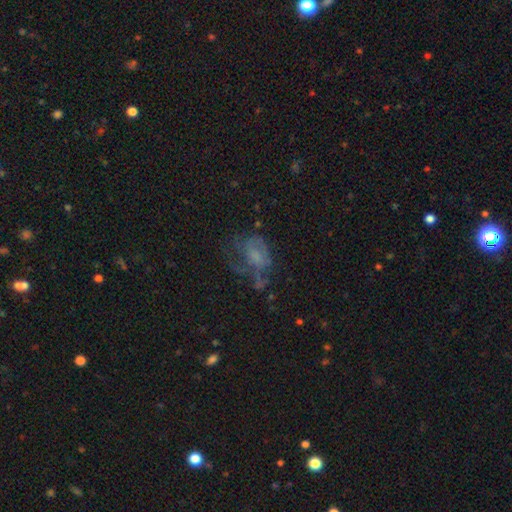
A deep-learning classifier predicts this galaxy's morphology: Smooth or featured?
  - featured or disk: 51% *
  - smooth: 33%
  - star or artifact: 16%
Edge-on disk?
  - no: 97% *
  - yes: 3%
Merging?
  - major disturbance: 45% *
  - none: 30%
  - minor disturbance: 20%
  - merger: 5%